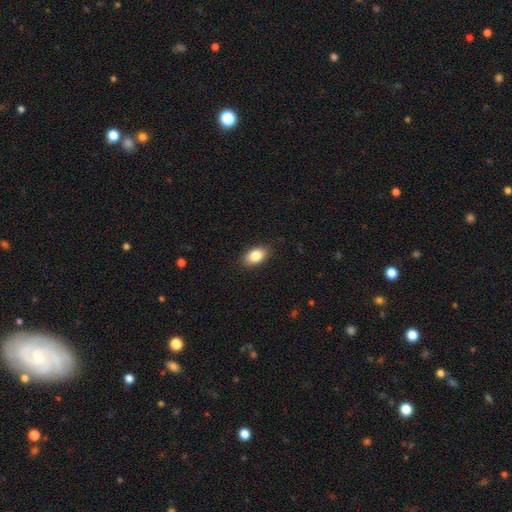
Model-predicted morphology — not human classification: Overall: smooth (84%). How rounded: in between (88%). Merging: none (88%).